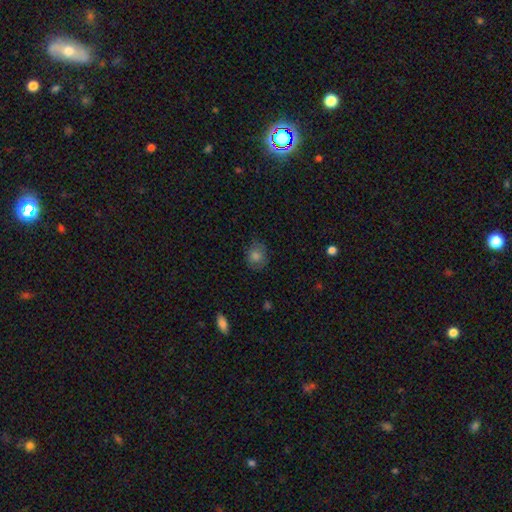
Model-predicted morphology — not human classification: smooth 76%, featured or disk 12%, star or artifact 12%. Down the decision tree: how rounded — round (64%); merging — none (73%).